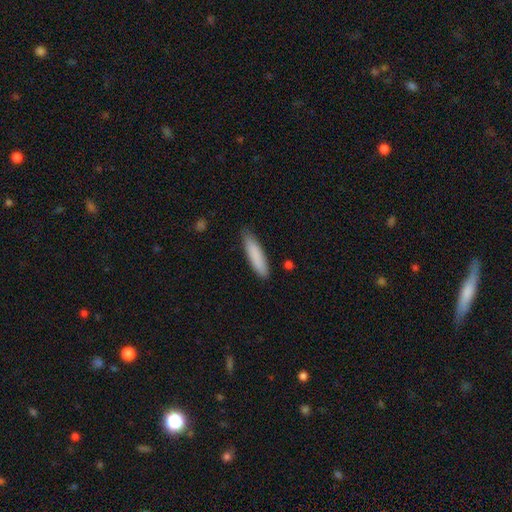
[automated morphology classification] A smooth galaxy with no disk features (85%) that is cigar-shaped (80%).

Vote fractions:
- Smooth or featured? smooth: 85% / featured or disk: 9% / star or artifact: 6%
- How rounded? cigar-shaped: 80% / in between: 18% / round: 1%
- Merging? none: 83% / minor disturbance: 14% / major disturbance: 2% / merger: 1%